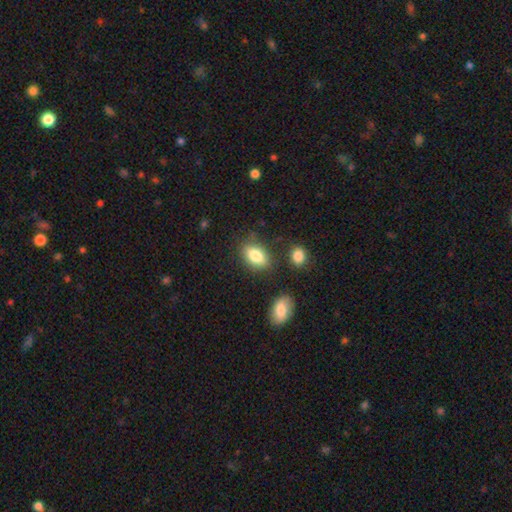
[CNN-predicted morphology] This appears to be a smooth galaxy with no disk features (82%) that is in between round and cigar-shaped (88%). Merging: none (76%).